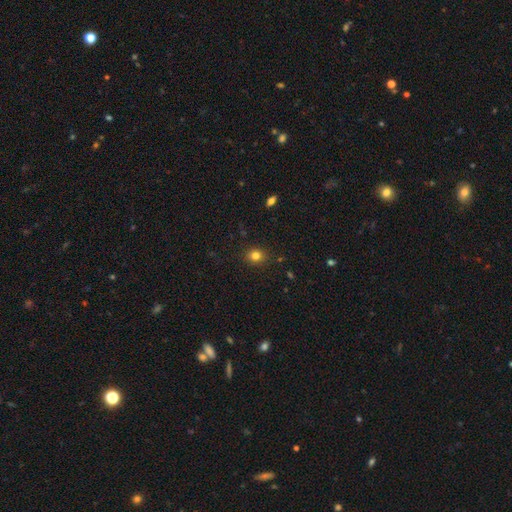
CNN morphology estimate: This appears to be a smooth galaxy with no disk features (81%) that is round (72%). Merging: none (88%).